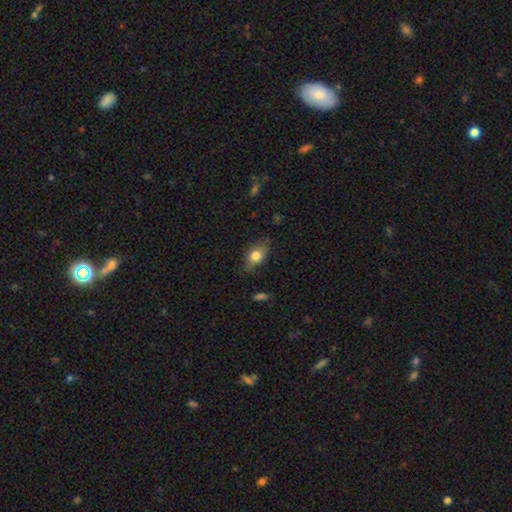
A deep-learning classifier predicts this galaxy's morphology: A smooth galaxy with no disk features (74%) that is in between round and cigar-shaped (80%). Merging: none (75%).